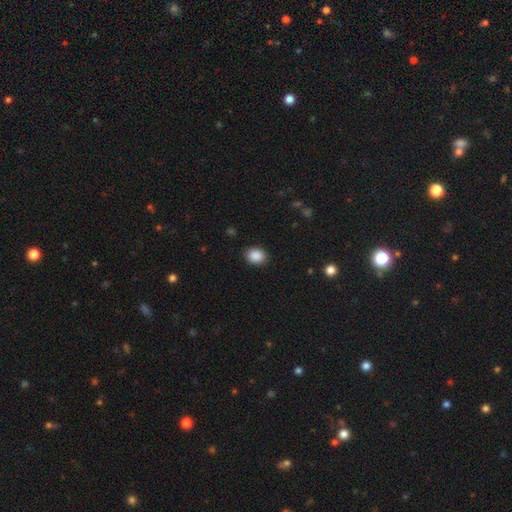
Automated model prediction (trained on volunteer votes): Smooth or featured: smooth — 89% (star or artifact — 8%)
How rounded: in between — 52% (round — 47%)
Merging: none — 89% (minor disturbance — 7%)